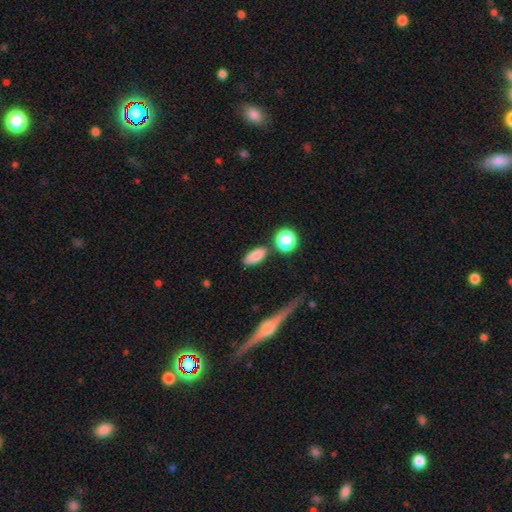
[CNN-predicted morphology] Smooth or featured? smooth (85%)
How rounded? in between (83%)
Merging? none (77%)